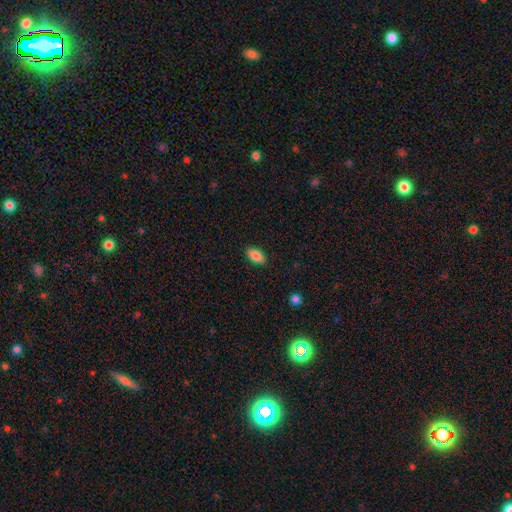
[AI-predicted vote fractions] Q: Smooth or featured?
A: smooth (87%); runner-up: star or artifact (7%)
Q: How rounded?
A: in between (91%); runner-up: cigar-shaped (6%)
Q: Merging?
A: none (88%); runner-up: minor disturbance (9%)